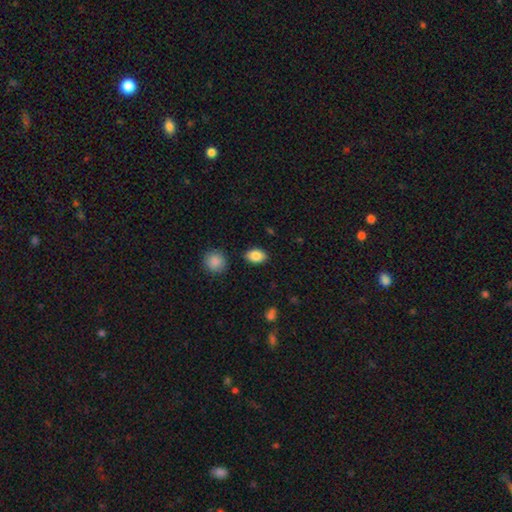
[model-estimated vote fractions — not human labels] Q: Smooth or featured?
A: smooth (86%); runner-up: star or artifact (8%)
Q: How rounded?
A: in between (83%); runner-up: round (16%)
Q: Merging?
A: none (86%); runner-up: minor disturbance (9%)